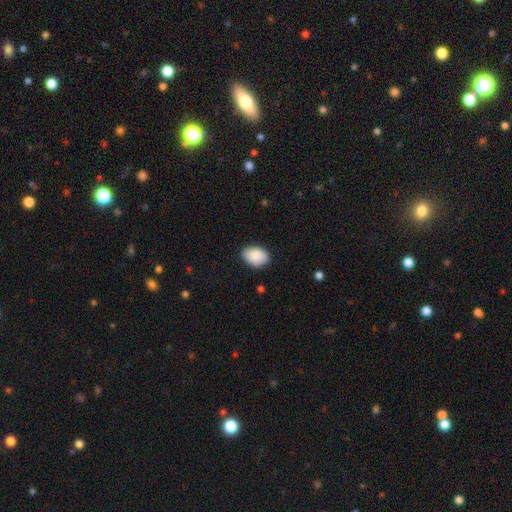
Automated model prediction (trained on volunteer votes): A smooth galaxy with no disk features (89%) that is in between round and cigar-shaped (84%). Merging: none (84%).